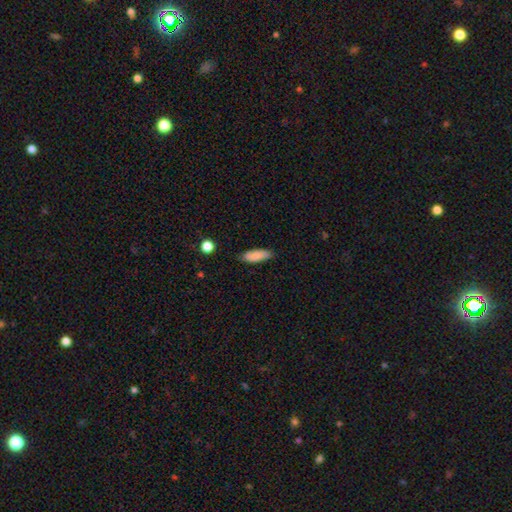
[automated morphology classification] A smooth galaxy with no disk features (87%) that is in between round and cigar-shaped (60%). Merging: none (84%).